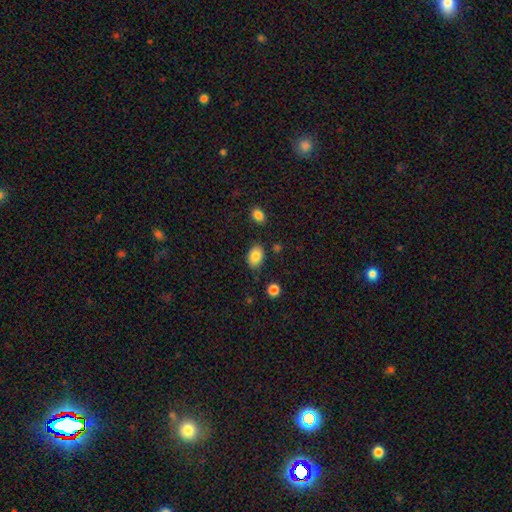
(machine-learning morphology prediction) smooth_or_featured: smooth (p=0.85) [alt: star or artifact p=0.08]
how_rounded: in between (p=0.83) [alt: round p=0.16]
merging: none (p=0.81) [alt: minor disturbance p=0.13]